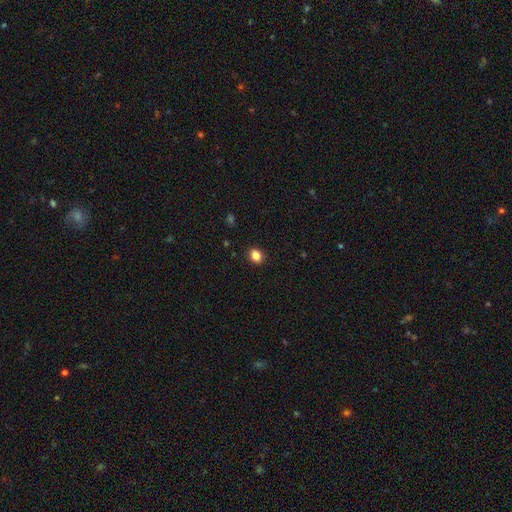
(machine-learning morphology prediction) Q: Smooth or featured?
A: smooth (84%); runner-up: star or artifact (11%)
Q: How rounded?
A: round (64%); runner-up: in between (35%)
Q: Merging?
A: none (91%); runner-up: minor disturbance (6%)